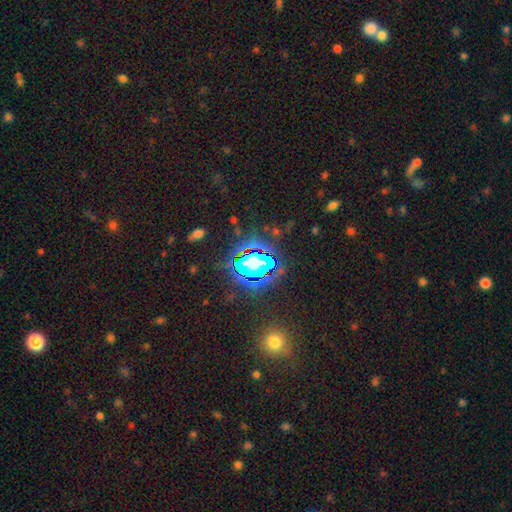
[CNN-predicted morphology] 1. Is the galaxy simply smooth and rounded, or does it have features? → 79% star or artifact, 13% smooth, 7% featured or disk.